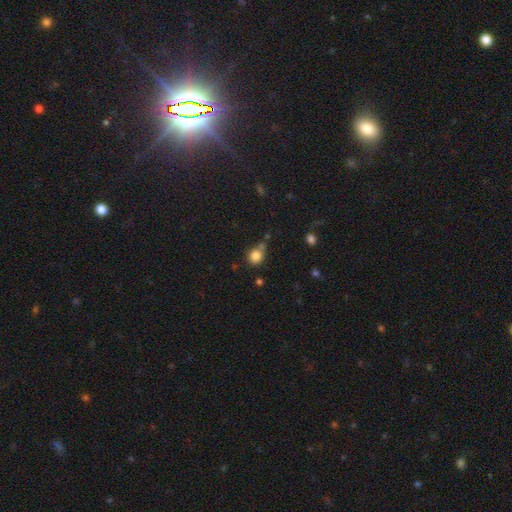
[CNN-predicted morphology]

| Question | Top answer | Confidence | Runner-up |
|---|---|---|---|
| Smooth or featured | smooth | 83% | star or artifact (11%) |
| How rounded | round | 73% | in between (25%) |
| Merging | none | 56% | minor disturbance (22%) |